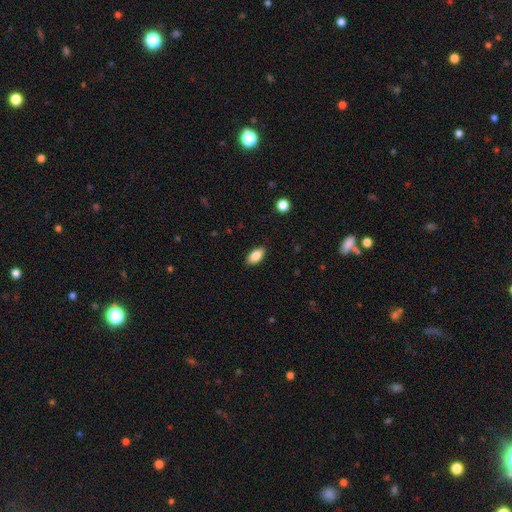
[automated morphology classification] type=smooth (85%); roundness=in between (92%); merging=none (87%).